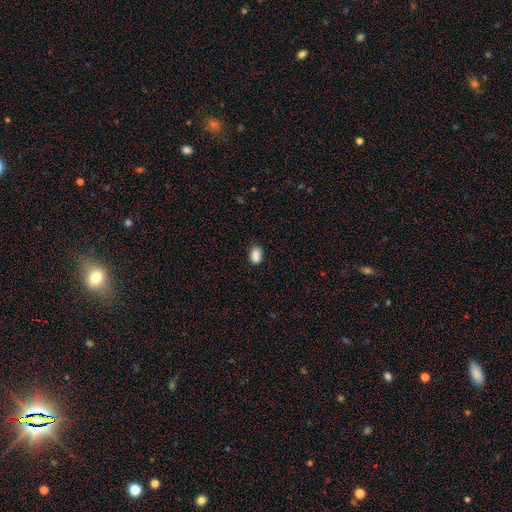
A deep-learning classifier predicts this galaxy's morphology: This appears to be a smooth galaxy with no disk features (89%) that is in between round and cigar-shaped (83%). Merging: none (85%).